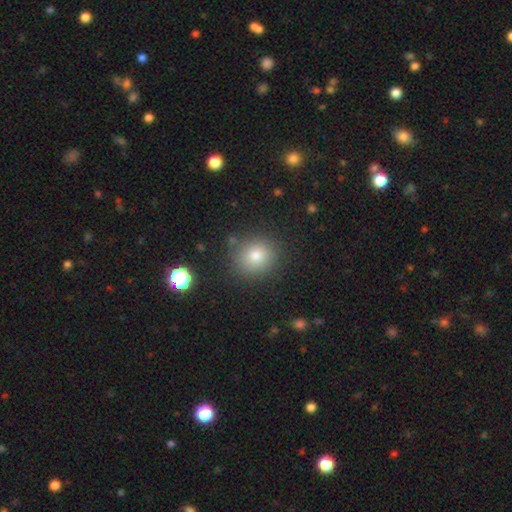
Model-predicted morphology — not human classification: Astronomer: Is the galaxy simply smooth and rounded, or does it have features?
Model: smooth — 79%.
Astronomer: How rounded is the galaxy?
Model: round — 82%.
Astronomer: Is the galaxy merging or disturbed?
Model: none — 85%.